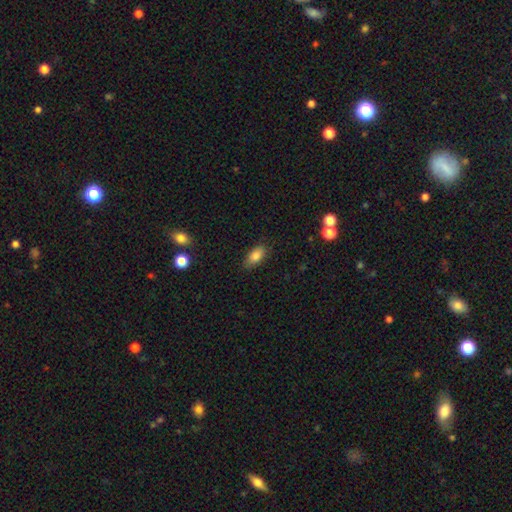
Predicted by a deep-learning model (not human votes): Smooth or featured? Predicted: smooth (p=0.82). How rounded? Predicted: in between (p=0.88). Merging? Predicted: none (p=0.83).